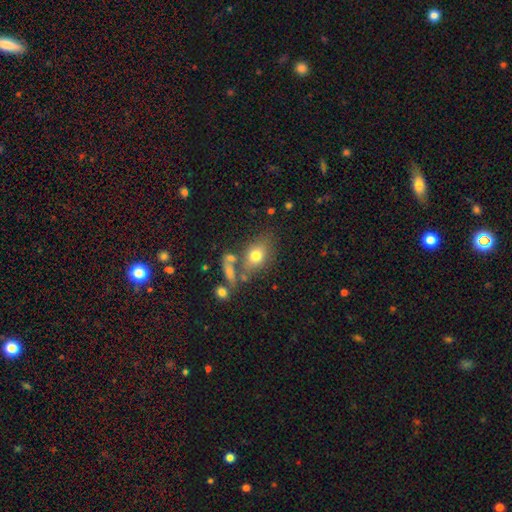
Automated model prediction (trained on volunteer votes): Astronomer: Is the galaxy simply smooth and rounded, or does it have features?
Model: smooth — 72%.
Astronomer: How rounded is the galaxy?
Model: in between — 68%.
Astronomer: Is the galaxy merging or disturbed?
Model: none — 59%.